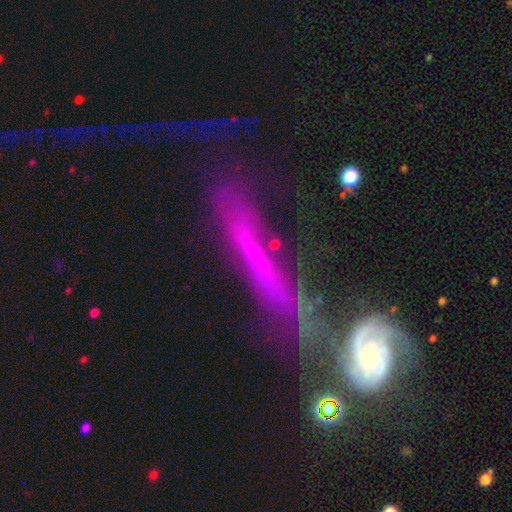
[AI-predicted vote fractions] Q: Smooth or featured?
A: featured or disk (62%); runner-up: smooth (22%)
Q: Edge-on disk?
A: no (51%); runner-up: yes (49%)
Q: Merging?
A: major disturbance (30%); runner-up: none (28%)